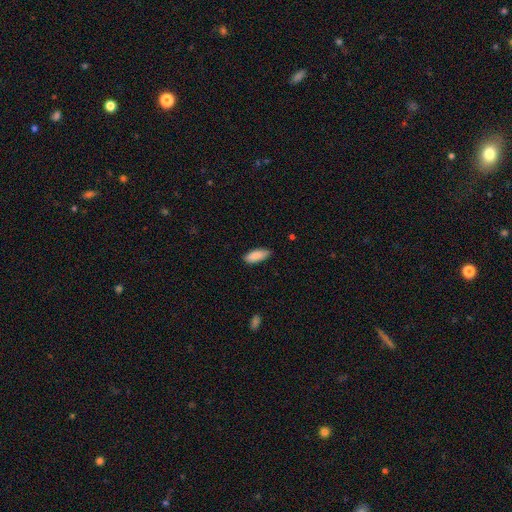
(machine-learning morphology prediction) A smooth galaxy with no disk features (89%) that is in between round and cigar-shaped (80%).

Vote fractions:
- Smooth or featured? smooth: 89% / star or artifact: 6% / featured or disk: 5%
- How rounded? in between: 80% / cigar-shaped: 18% / round: 2%
- Merging? none: 85% / minor disturbance: 12% / major disturbance: 2% / merger: 1%